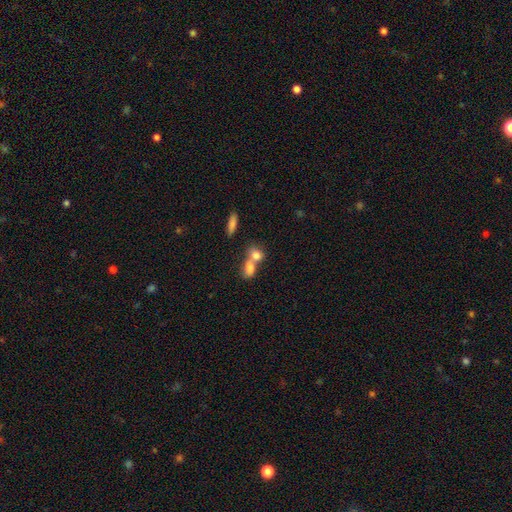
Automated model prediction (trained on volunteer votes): smooth-or-featured: smooth: 79% | featured or disk: 12% | star or artifact: 9%
  how-rounded: in between: 58% | round: 38% | cigar-shaped: 5%
  merging: merger: 63% | none: 27% | minor disturbance: 7% | major disturbance: 4%